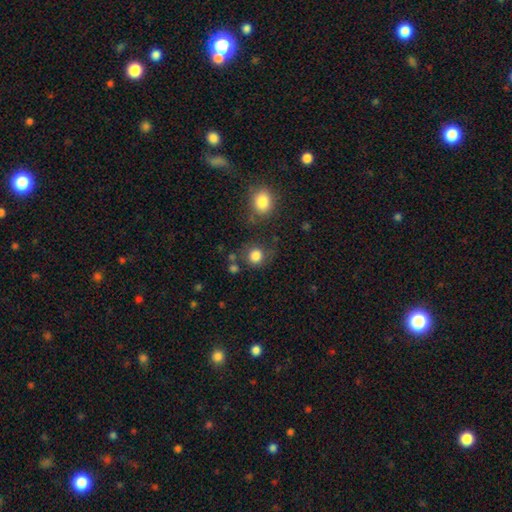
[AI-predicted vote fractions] smooth 84%, star or artifact 10%, featured or disk 6%. Down the decision tree: how rounded — round (86%); merging — none (70%).